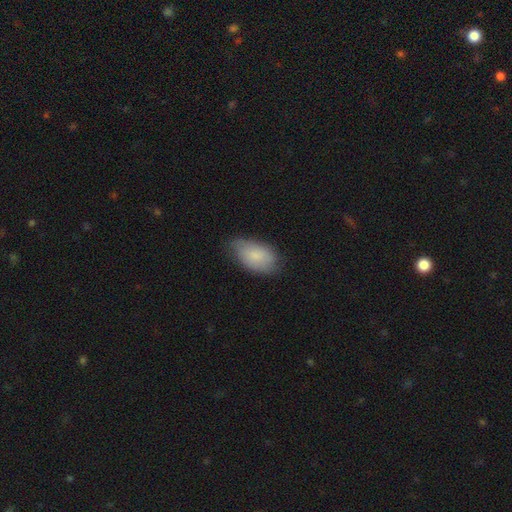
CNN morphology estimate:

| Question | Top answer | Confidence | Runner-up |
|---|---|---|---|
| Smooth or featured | smooth | 80% | featured or disk (14%) |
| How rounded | in between | 93% | round (5%) |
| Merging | none | 65% | minor disturbance (28%) |